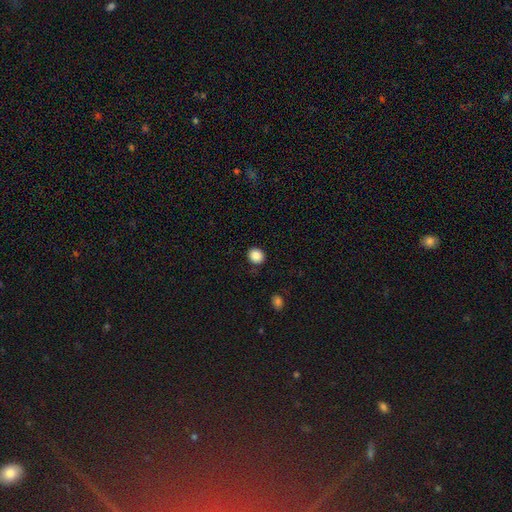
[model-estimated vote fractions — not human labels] Smooth or featured? smooth (88%)
How rounded? round (76%)
Merging? none (87%)